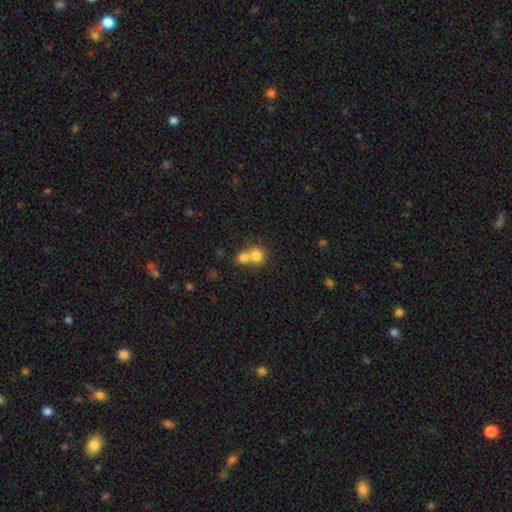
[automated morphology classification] Q: Smooth or featured?
A: smooth (77%); runner-up: featured or disk (12%)
Q: How rounded?
A: round (80%); runner-up: in between (19%)
Q: Merging?
A: merger (62%); runner-up: none (31%)